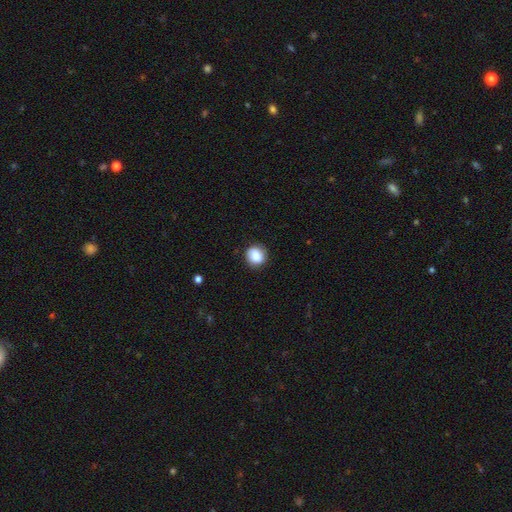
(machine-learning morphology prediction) smooth-or-featured: smooth: 85% | star or artifact: 8% | featured or disk: 6%
  how-rounded: round: 82% | in between: 17% | cigar-shaped: 1%
  merging: none: 85% | minor disturbance: 11% | major disturbance: 3% | merger: 1%